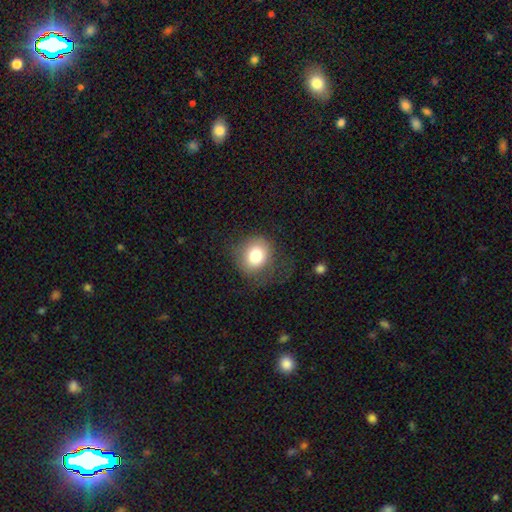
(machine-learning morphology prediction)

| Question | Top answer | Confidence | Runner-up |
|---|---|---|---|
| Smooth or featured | smooth | 79% | featured or disk (11%) |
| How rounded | round | 77% | in between (23%) |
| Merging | none | 68% | minor disturbance (18%) |